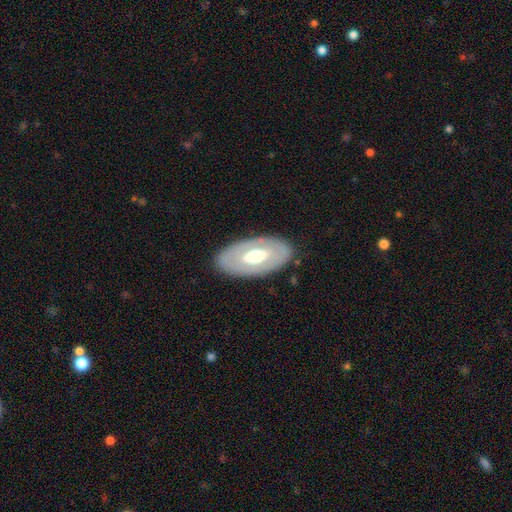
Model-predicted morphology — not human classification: smooth_or_featured: featured or disk (p=0.57) [alt: smooth p=0.38]
disk_edge_on: no (p=0.86) [alt: yes p=0.14]
merging: none (p=0.84) [alt: minor disturbance p=0.11]